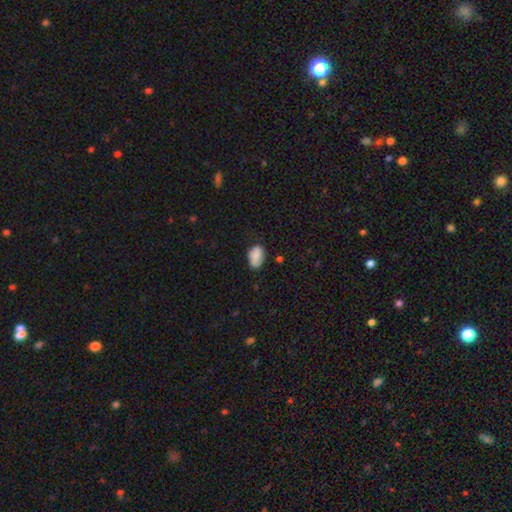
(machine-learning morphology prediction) This appears to be a smooth galaxy with no disk features (80%) that is in between round and cigar-shaped (88%). Merging: none (61%).